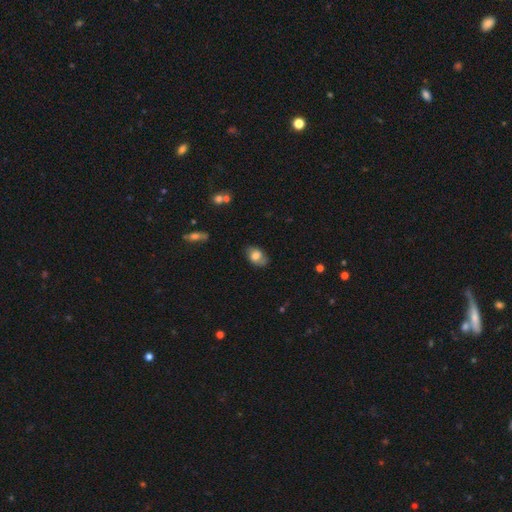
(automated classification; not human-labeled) Q: Smooth or featured?
A: smooth (68%); runner-up: featured or disk (24%)
Q: How rounded?
A: in between (82%); runner-up: round (17%)
Q: Merging?
A: none (71%); runner-up: minor disturbance (22%)